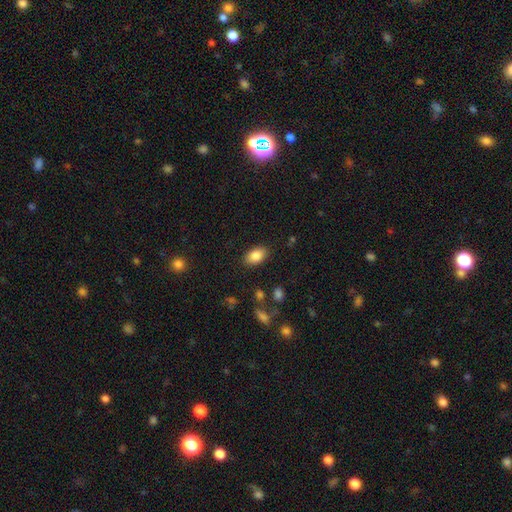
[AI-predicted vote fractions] Overall: smooth (86%). How rounded: in between (91%). Merging: none (86%).